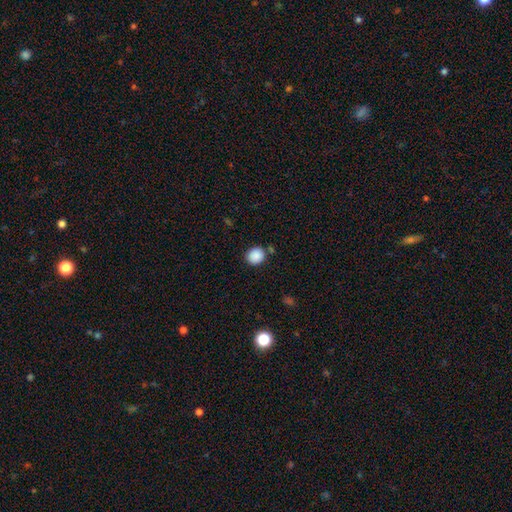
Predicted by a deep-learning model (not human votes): A smooth galaxy with no disk features (88%) that is round (82%). Merging: none (82%).